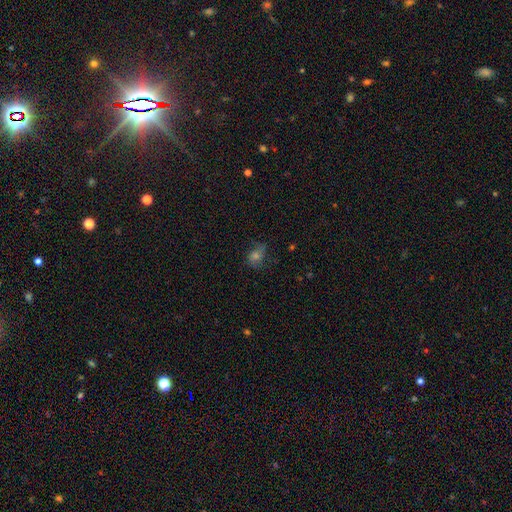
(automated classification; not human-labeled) smooth_or_featured: featured or disk (p=0.40) [alt: smooth p=0.38]
merging: none (p=0.63) [alt: minor disturbance p=0.22]